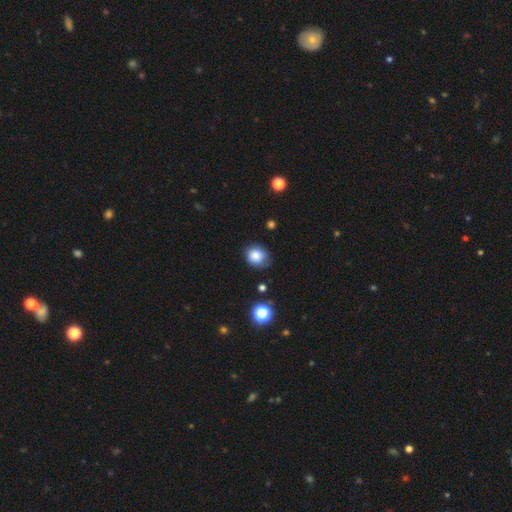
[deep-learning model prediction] The model was most divided on "merging": none: 73%, minor disturbance: 20%, major disturbance: 5%, merger: 2%. More confident: smooth or featured — smooth (83%); how rounded — round (78%).